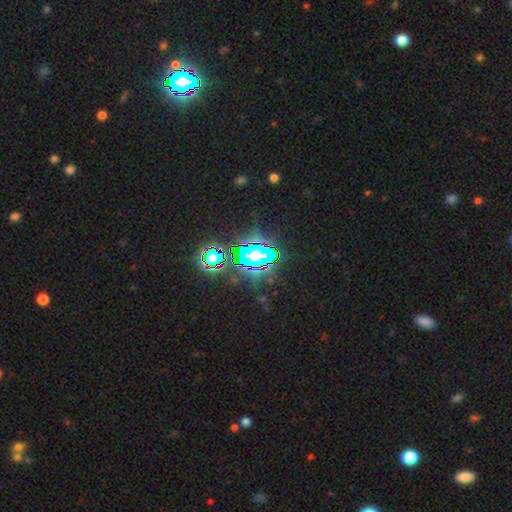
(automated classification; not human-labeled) Q: Smooth or featured?
A: star or artifact (71%); runner-up: smooth (16%)